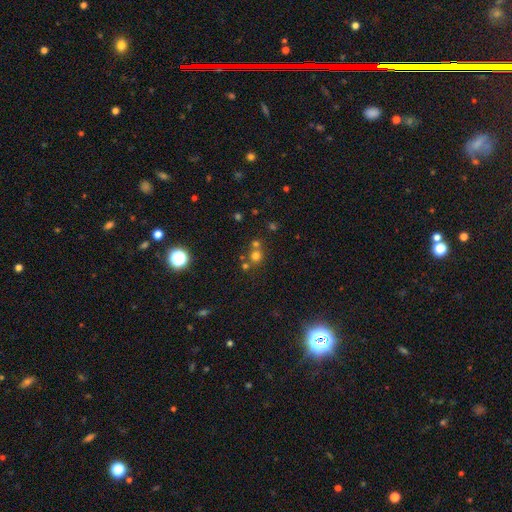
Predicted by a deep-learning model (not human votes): Smooth or featured: smooth — 65% (star or artifact — 25%)
How rounded: round — 88% (in between — 11%)
Merging: none — 58% (merger — 31%)